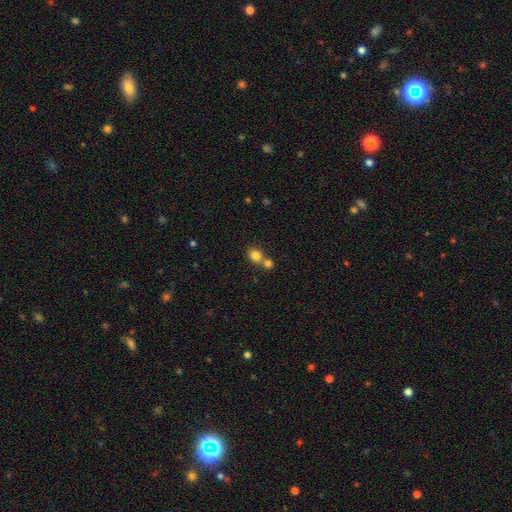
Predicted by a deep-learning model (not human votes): A smooth galaxy with no disk features (82%) that is round (67%). Merging: none (47%).